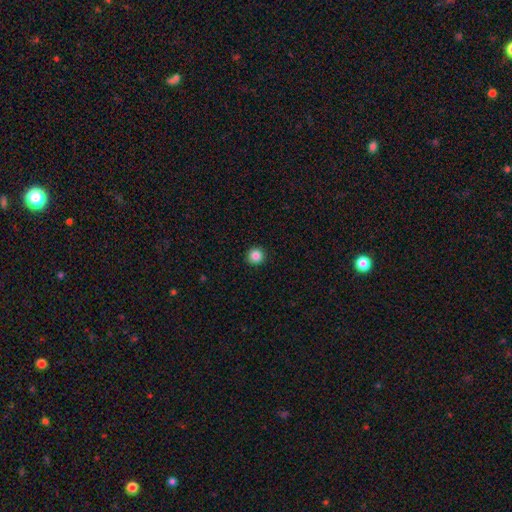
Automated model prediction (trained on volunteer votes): smooth 86%, star or artifact 10%, featured or disk 4%. Down the decision tree: how rounded — round (96%); merging — none (93%).